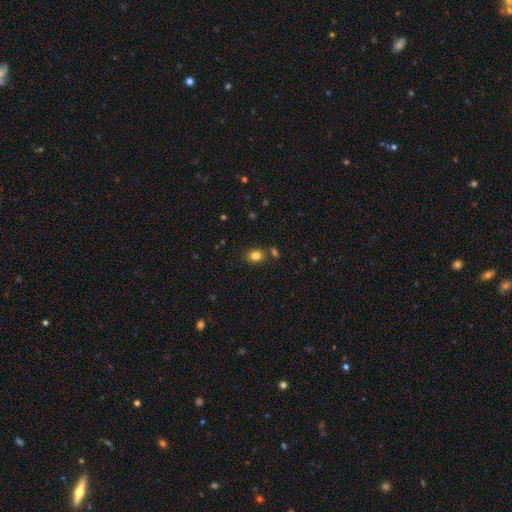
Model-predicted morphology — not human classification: This is clearly a smooth galaxy (82%). How rounded: possibly round (56%). Merging: likely none (79%).